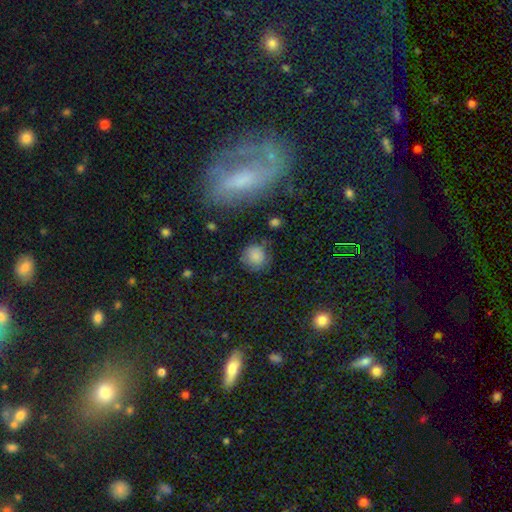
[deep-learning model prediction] The model was most divided on "merging": none: 72%, minor disturbance: 18%, major disturbance: 7%, merger: 3%. More confident: how rounded — round (89%); smooth or featured — smooth (81%).